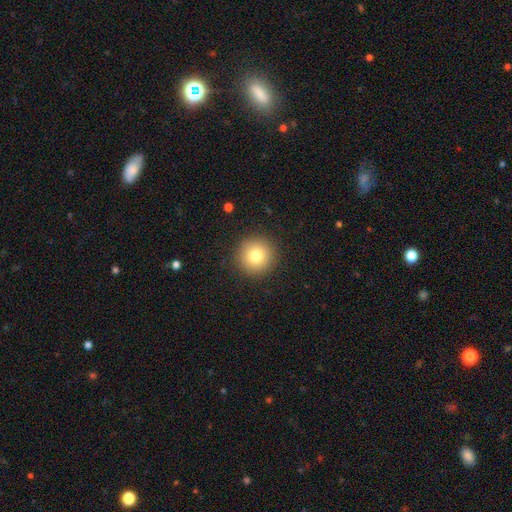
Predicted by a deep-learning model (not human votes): This is likely a smooth galaxy (80%). How rounded: clearly round (95%). Merging: clearly none (91%).